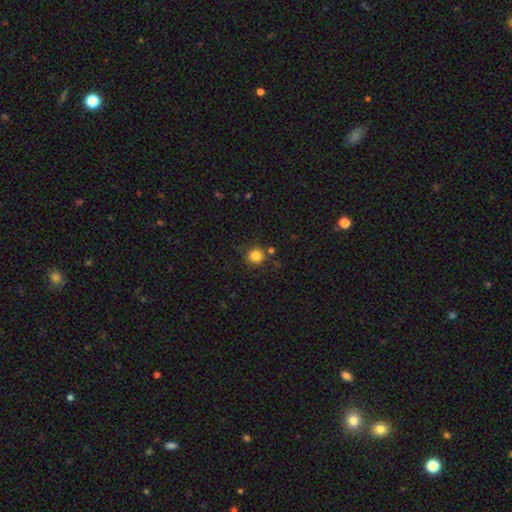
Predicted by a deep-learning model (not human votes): Smooth or featured?
  - smooth: 83% *
  - star or artifact: 12%
  - featured or disk: 5%
How rounded?
  - round: 89% *
  - in between: 10%
  - cigar-shaped: 1%
Merging?
  - none: 79% *
  - minor disturbance: 11%
  - merger: 6%
  - major disturbance: 3%